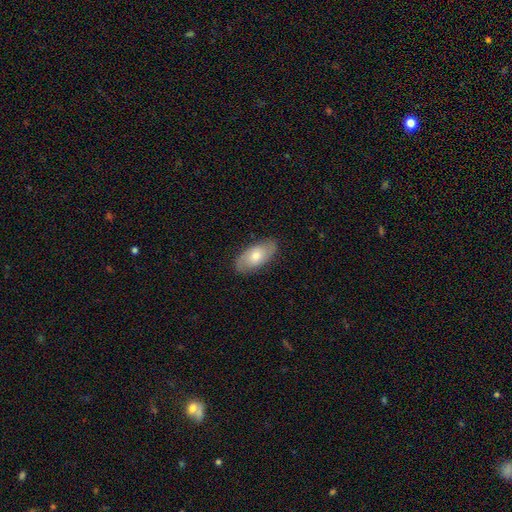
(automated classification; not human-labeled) A smooth galaxy with no disk features (52%) that is in between round and cigar-shaped (91%). Merging: none (84%).